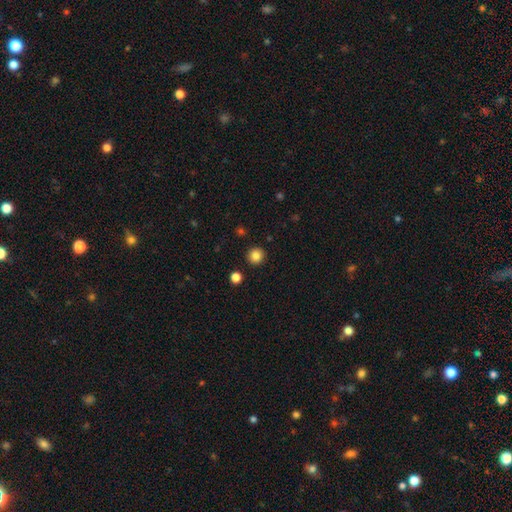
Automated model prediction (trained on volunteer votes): Overall: smooth (85%). How rounded: round (94%). Merging: none (92%).